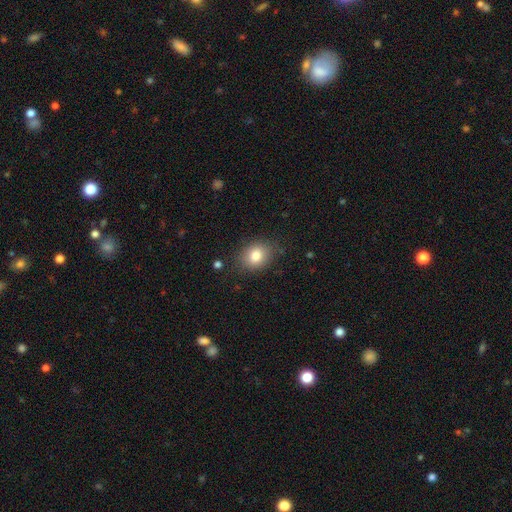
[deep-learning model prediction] Smooth or featured?
  - smooth: 81% *
  - star or artifact: 10%
  - featured or disk: 10%
How rounded?
  - in between: 52% *
  - round: 47%
  - cigar-shaped: 1%
Merging?
  - none: 83% *
  - minor disturbance: 12%
  - major disturbance: 3%
  - merger: 1%